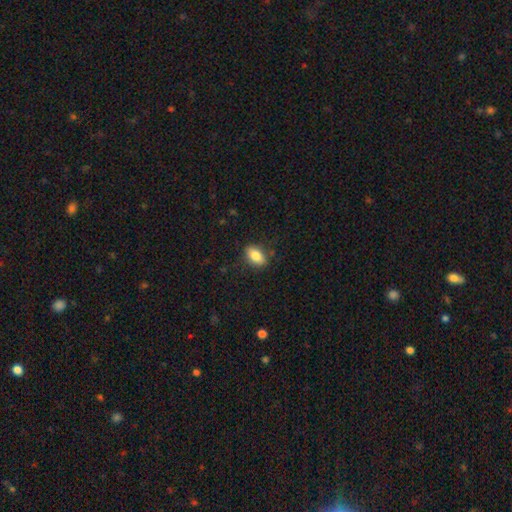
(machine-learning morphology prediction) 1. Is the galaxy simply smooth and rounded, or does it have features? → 83% smooth, 9% featured or disk, 8% star or artifact.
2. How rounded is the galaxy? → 88% in between, 9% round, 3% cigar-shaped.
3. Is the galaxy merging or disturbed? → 83% none, 12% minor disturbance, 3% major disturbance, 1% merger.